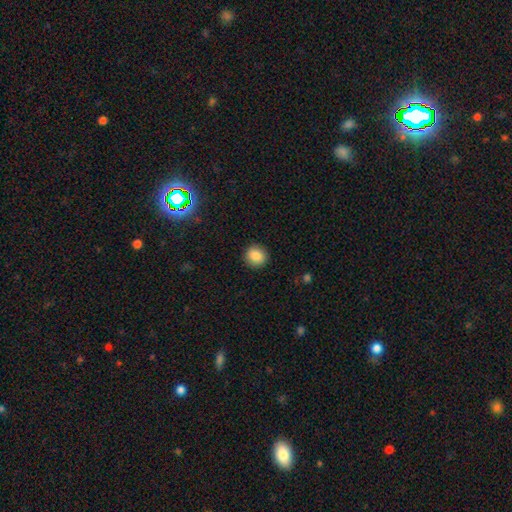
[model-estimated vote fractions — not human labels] A smooth galaxy with no disk features (86%) that is round (90%). Merging: none (91%).